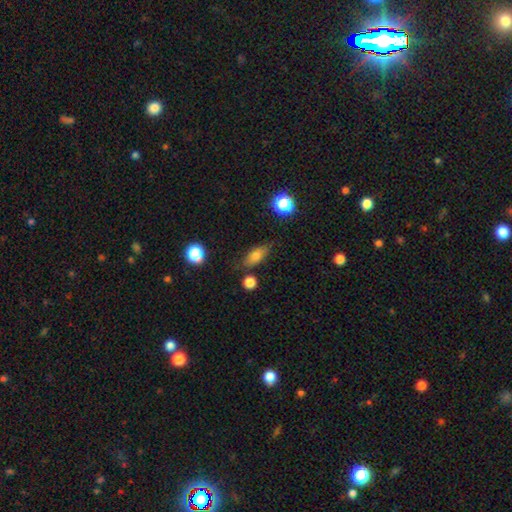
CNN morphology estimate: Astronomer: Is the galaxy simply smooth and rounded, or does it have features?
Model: smooth — 70%.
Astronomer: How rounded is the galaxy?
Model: in between — 72%.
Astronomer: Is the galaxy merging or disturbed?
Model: none — 71%.